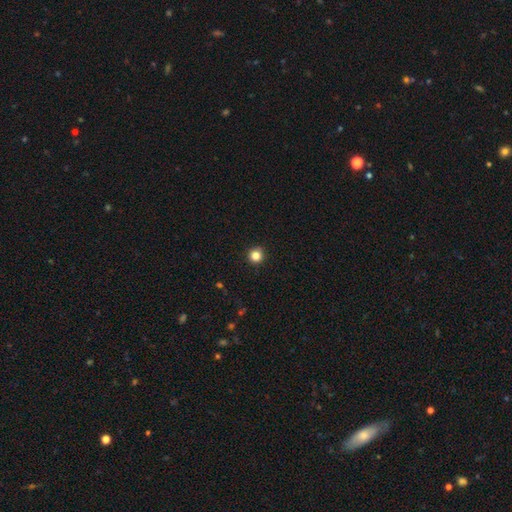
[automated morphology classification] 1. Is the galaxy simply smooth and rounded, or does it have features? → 84% smooth, 12% star or artifact, 4% featured or disk.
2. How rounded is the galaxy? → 96% round, 3% in between, 1% cigar-shaped.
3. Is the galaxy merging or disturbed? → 93% none, 5% minor disturbance, 1% major disturbance, 1% merger.